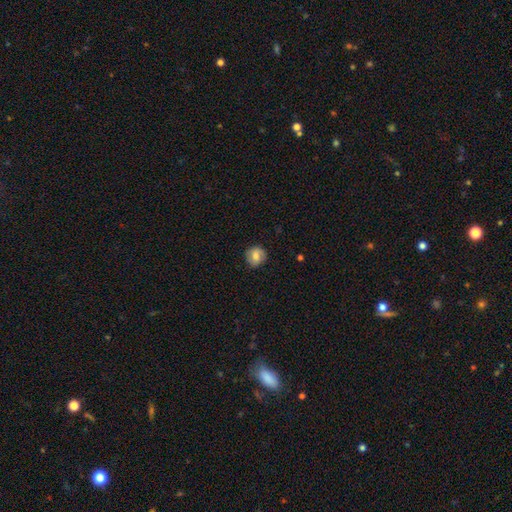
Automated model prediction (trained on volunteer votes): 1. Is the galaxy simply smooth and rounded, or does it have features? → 68% smooth, 23% featured or disk, 9% star or artifact.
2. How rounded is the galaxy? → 84% round, 15% in between, 1% cigar-shaped.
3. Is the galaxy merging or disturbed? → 82% none, 13% minor disturbance, 4% major disturbance, 1% merger.